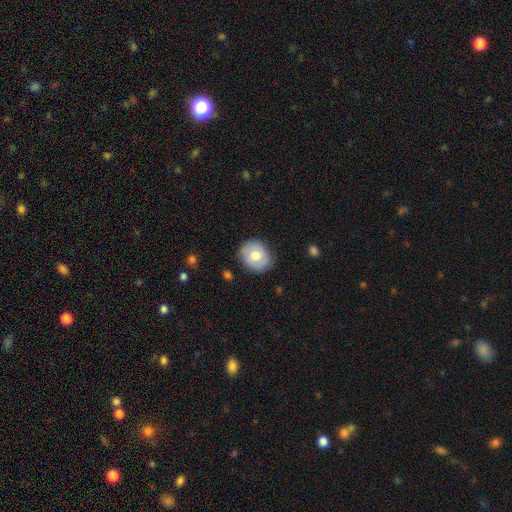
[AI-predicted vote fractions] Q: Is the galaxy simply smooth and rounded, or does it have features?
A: smooth — 73%.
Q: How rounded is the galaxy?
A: round — 68%.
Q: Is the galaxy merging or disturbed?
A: none — 82%.